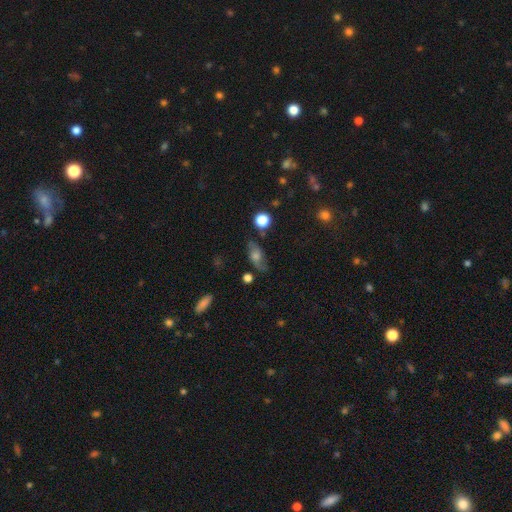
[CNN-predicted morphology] A featured or disk galaxy (50%). Merging: none (72%).